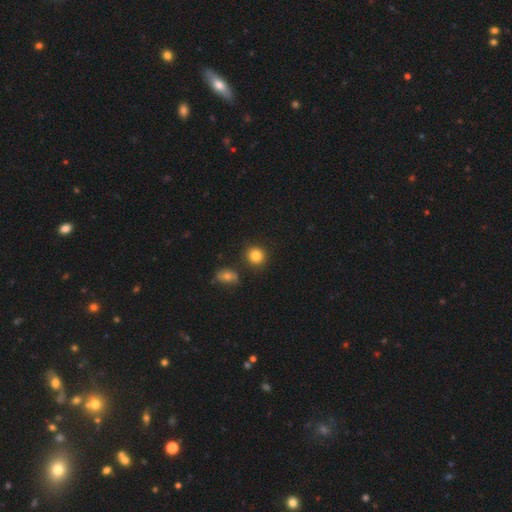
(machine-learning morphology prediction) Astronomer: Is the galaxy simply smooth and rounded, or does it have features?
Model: smooth — 85%.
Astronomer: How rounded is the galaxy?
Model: round — 88%.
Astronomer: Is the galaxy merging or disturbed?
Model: none — 85%.